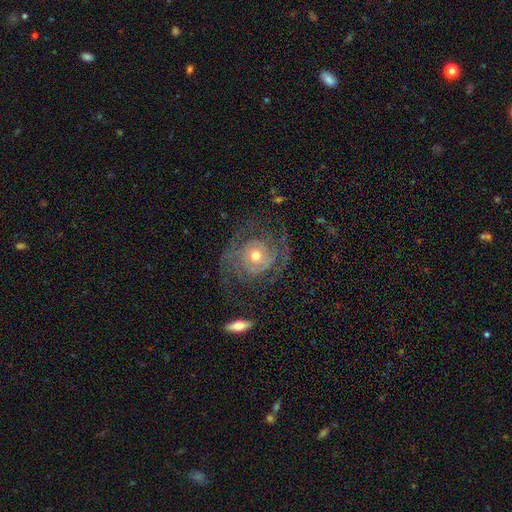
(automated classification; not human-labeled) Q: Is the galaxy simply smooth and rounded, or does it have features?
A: featured or disk — 82%.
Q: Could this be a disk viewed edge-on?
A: no — 97%.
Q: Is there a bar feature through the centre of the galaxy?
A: no — 77%.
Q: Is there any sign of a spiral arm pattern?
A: yes — 90%.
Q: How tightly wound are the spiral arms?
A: tight — 53%.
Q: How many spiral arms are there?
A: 2 — 42%.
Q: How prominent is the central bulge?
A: moderate — 61%.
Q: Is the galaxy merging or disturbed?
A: none — 65%.